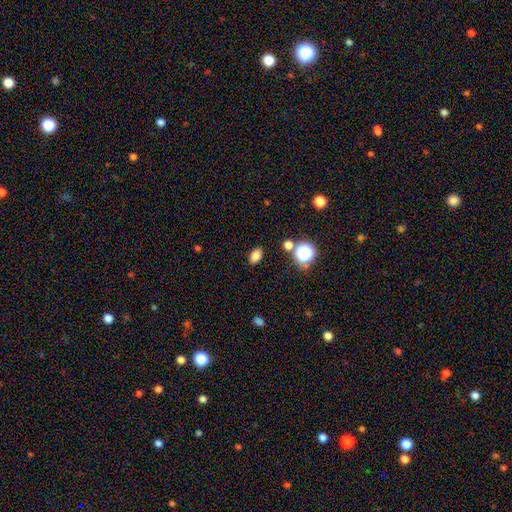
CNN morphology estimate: smooth-or-featured: smooth: 80% | star or artifact: 15% | featured or disk: 6%
  how-rounded: in between: 80% | round: 19% | cigar-shaped: 1%
  merging: none: 85% | minor disturbance: 9% | merger: 3% | major disturbance: 3%